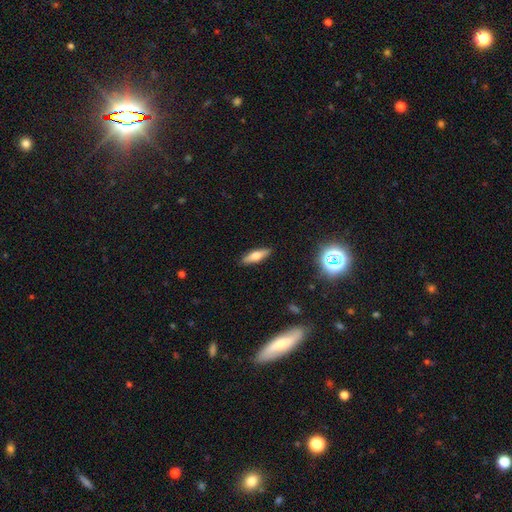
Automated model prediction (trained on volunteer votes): smooth_or_featured: smooth (p=0.56) [alt: featured or disk p=0.35]
how_rounded: cigar-shaped (p=0.60) [alt: in between p=0.37]
merging: none (p=0.89) [alt: minor disturbance p=0.08]